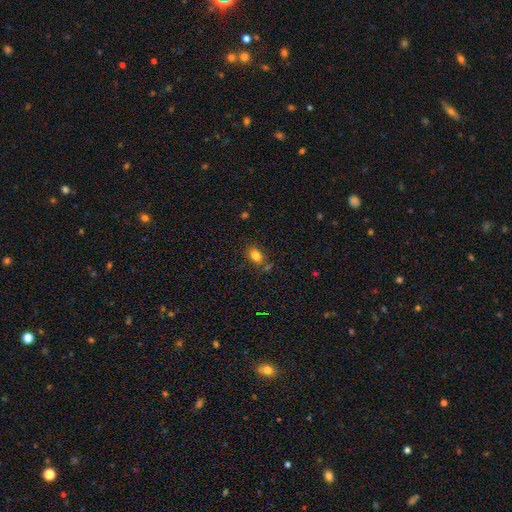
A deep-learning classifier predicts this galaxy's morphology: smooth-or-featured: smooth: 79% | star or artifact: 13% | featured or disk: 7%
  how-rounded: in between: 61% | round: 38% | cigar-shaped: 1%
  merging: none: 75% | minor disturbance: 14% | merger: 7% | major disturbance: 4%